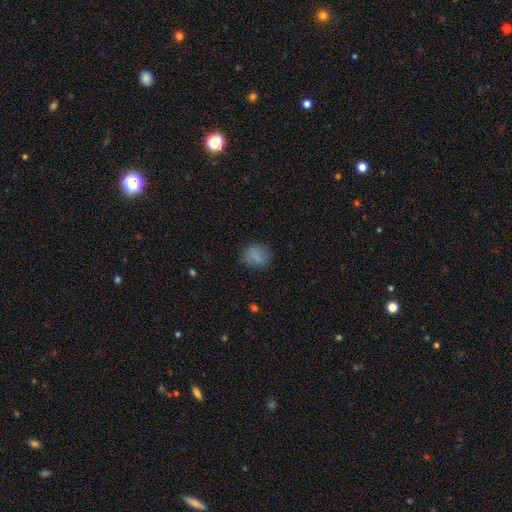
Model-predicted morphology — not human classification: This is clearly a smooth galaxy (82%). How rounded: likely round (73%). Merging: clearly none (81%).